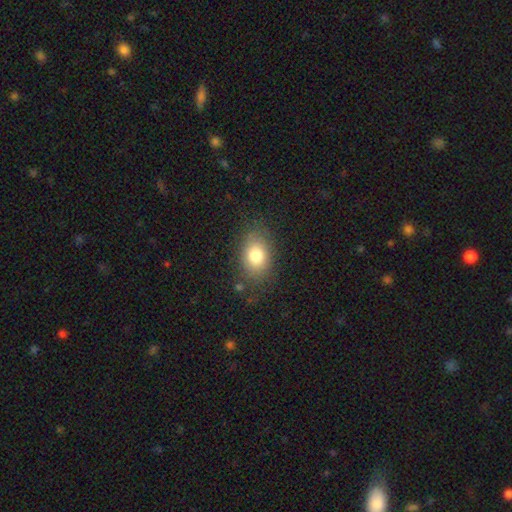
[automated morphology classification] Smooth or featured? Predicted: smooth (p=0.80). How rounded? Predicted: in between (p=0.75). Merging? Predicted: none (p=0.80).